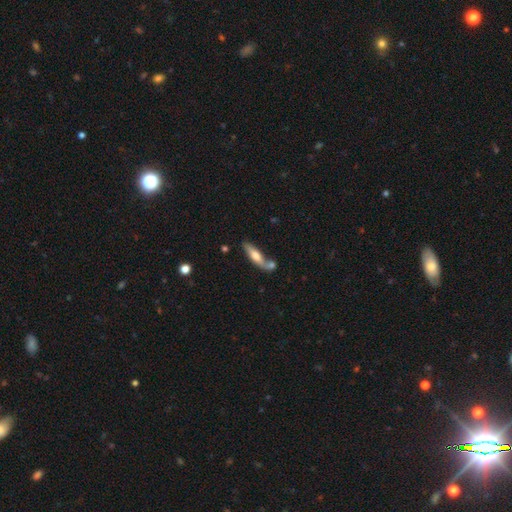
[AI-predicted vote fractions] A smooth galaxy with no disk features (55%) that is cigar-shaped (64%).

Vote fractions:
- Smooth or featured? smooth: 55% / featured or disk: 39% / star or artifact: 6%
- How rounded? cigar-shaped: 64% / in between: 34% / round: 2%
- Merging? none: 47% / merger: 32% / minor disturbance: 15% / major disturbance: 6%